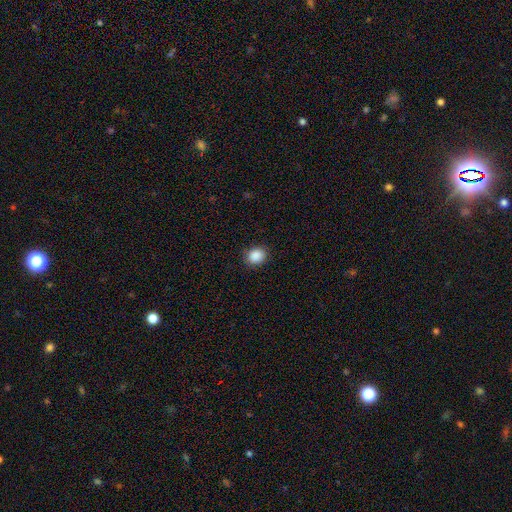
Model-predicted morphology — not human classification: A smooth galaxy with no disk features (89%) that is round (62%).

Vote fractions:
- Smooth or featured? smooth: 89% / star or artifact: 8% / featured or disk: 3%
- How rounded? round: 62% / in between: 37% / cigar-shaped: 1%
- Merging? none: 88% / minor disturbance: 8% / major disturbance: 2% / merger: 1%